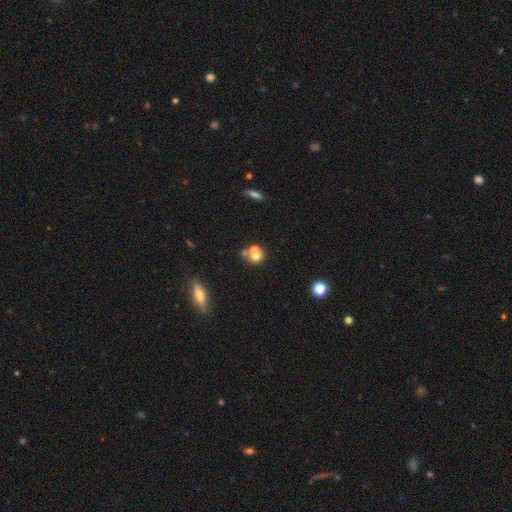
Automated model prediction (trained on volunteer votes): This appears to be a smooth galaxy with no disk features (63%) that is round (71%). Merging: merger (51%).